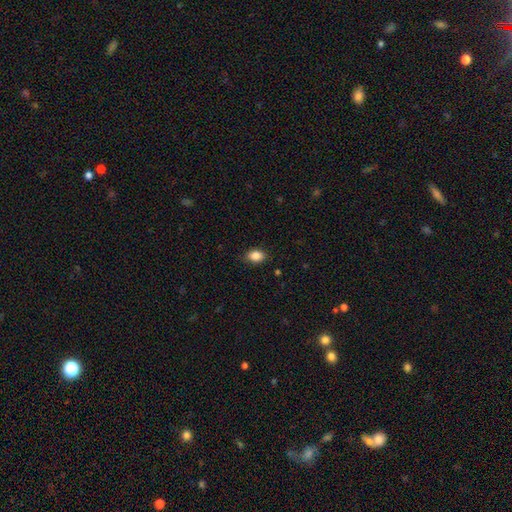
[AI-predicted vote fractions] The model was most divided on "how rounded": in between: 79%, round: 19%, cigar-shaped: 1%. More confident: smooth or featured — smooth (86%); merging — none (85%).